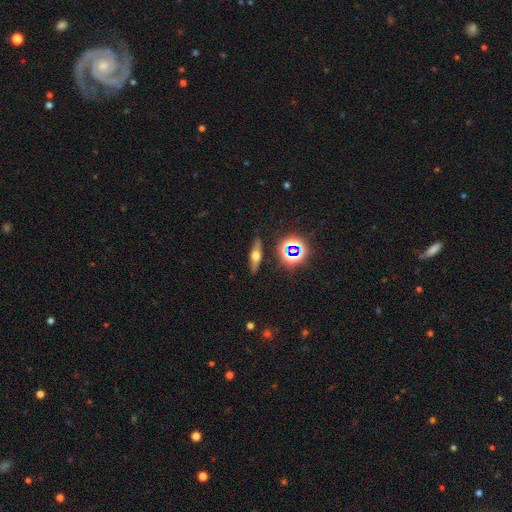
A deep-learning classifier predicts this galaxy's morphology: A featured or disk galaxy (48%).

Vote fractions:
- Smooth or featured? featured or disk: 48% / smooth: 36% / star or artifact: 15%
- Merging? none: 86% / minor disturbance: 9% / major disturbance: 3% / merger: 2%